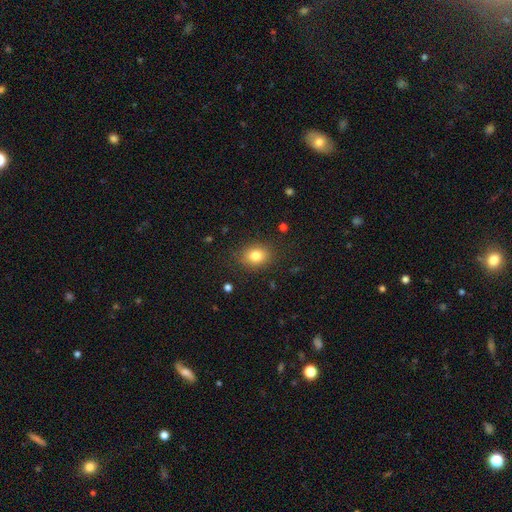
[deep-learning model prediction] Smooth or featured: smooth — 82% (star or artifact — 10%)
How rounded: in between — 53% (round — 46%)
Merging: none — 85% (minor disturbance — 11%)